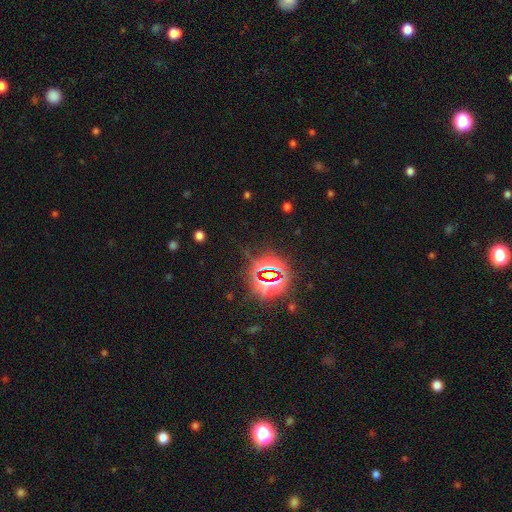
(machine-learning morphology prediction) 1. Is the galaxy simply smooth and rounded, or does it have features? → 82% star or artifact, 11% smooth, 7% featured or disk.